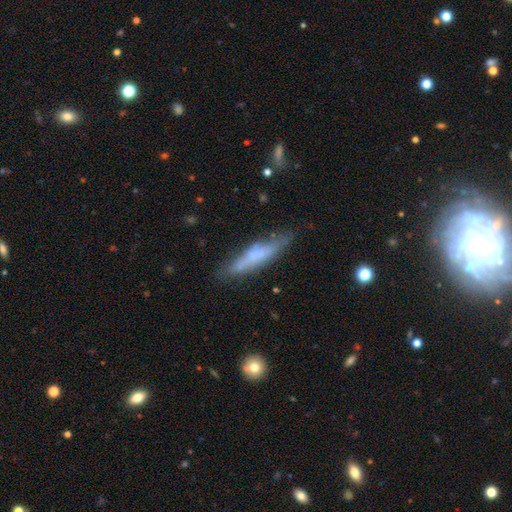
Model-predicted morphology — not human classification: This is possibly a smooth galaxy (50%). How rounded: clearly cigar-shaped (84%). Merging: likely none (71%).